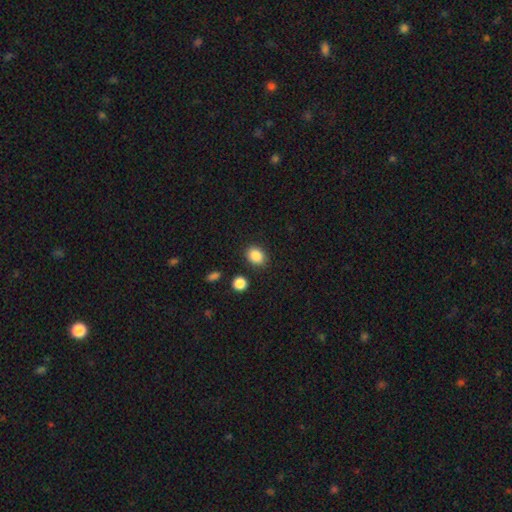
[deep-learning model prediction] This appears to be a smooth galaxy with no disk features (87%) that is in between round and cigar-shaped (60%). Merging: none (84%).